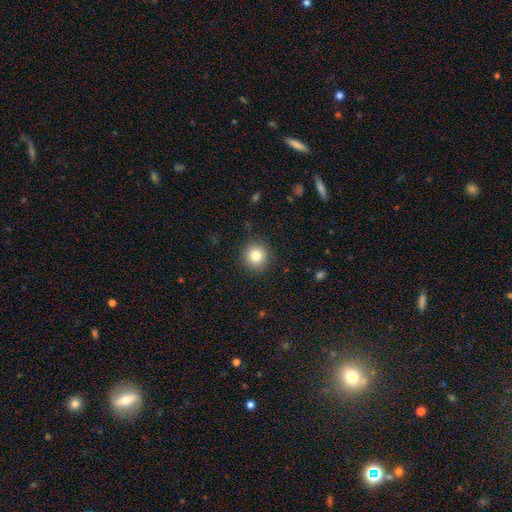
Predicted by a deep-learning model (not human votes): Overall: smooth (82%). How rounded: round (93%). Merging: none (89%).